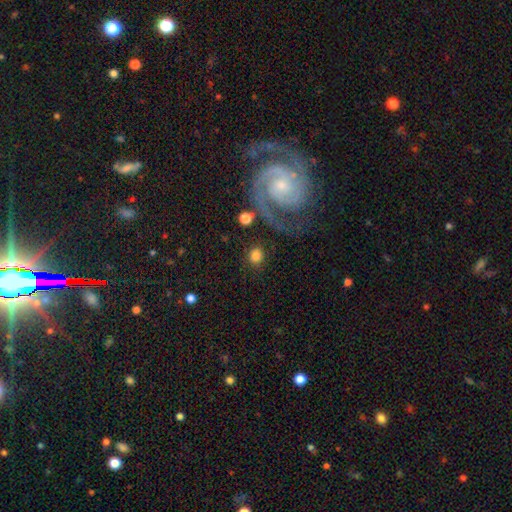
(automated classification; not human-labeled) Smooth or featured: smooth — 79% (featured or disk — 12%)
How rounded: round — 84% (in between — 15%)
Merging: none — 82% (minor disturbance — 8%)